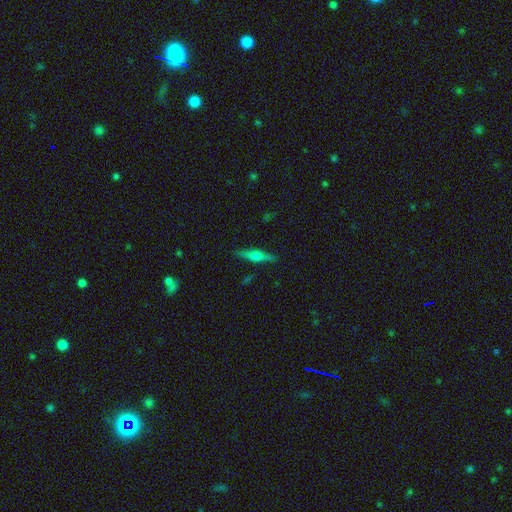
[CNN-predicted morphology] A featured or disk galaxy (64%) viewed edge-on (97%) with a rounded central bulge (85%).

Vote fractions:
- Smooth or featured? featured or disk: 64% / smooth: 29% / star or artifact: 7%
- Edge-on disk? yes: 97% / no: 3%
- Edge-on bulge? rounded: 85% / boxy: 11% / none: 4%
- Merging? none: 89% / minor disturbance: 8% / major disturbance: 2% / merger: 1%